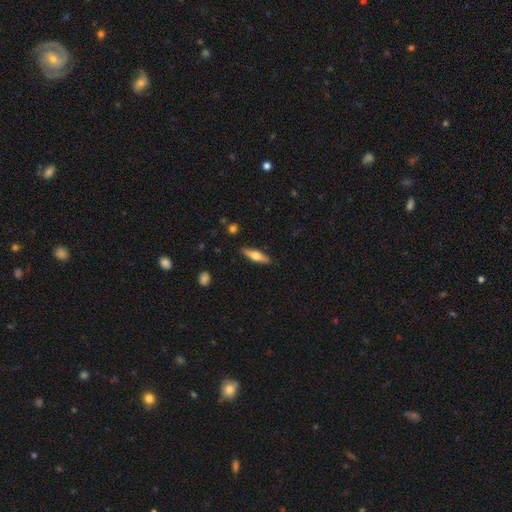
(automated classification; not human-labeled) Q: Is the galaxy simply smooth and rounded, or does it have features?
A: smooth — 57%.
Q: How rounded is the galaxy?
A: cigar-shaped — 62%.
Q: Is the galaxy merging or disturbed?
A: none — 88%.